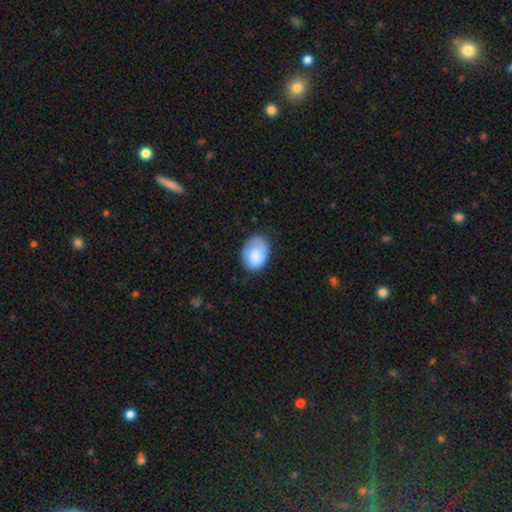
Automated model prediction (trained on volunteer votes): The model was most divided on "merging": none: 64%, minor disturbance: 27%, major disturbance: 7%, merger: 1%. More confident: smooth or featured — smooth (79%); how rounded — in between (72%).